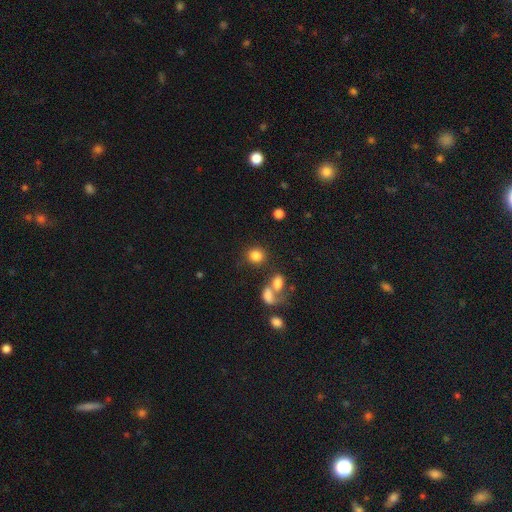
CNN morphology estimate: Smooth or featured: smooth — 82% (star or artifact — 11%)
How rounded: round — 83% (in between — 16%)
Merging: none — 71% (merger — 13%)